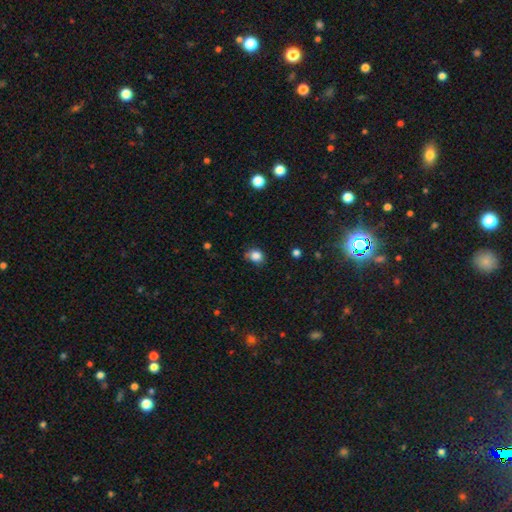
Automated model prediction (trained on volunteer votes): Morphology: type=smooth (84%); roundness=round (61%); merging=none (66%).